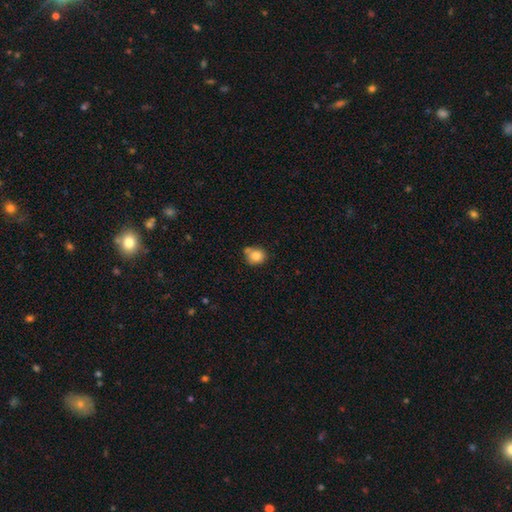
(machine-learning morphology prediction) The model was most divided on "merging": none: 56%, minor disturbance: 21%, merger: 17%, major disturbance: 5%. More confident: smooth or featured — smooth (82%); how rounded — round (72%).